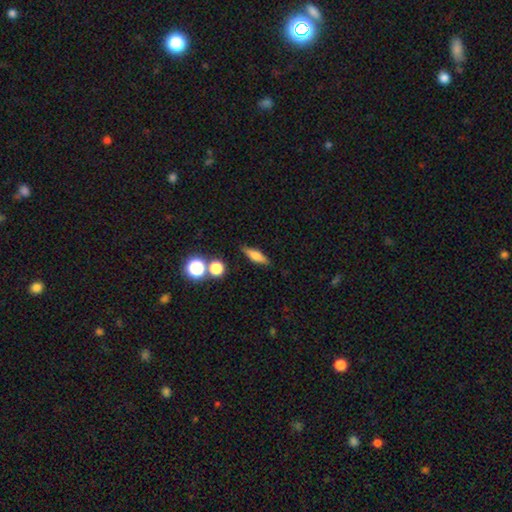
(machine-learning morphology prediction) smooth 60%, featured or disk 30%, star or artifact 10%. Down the decision tree: how rounded — cigar-shaped (49%); merging — none (81%).